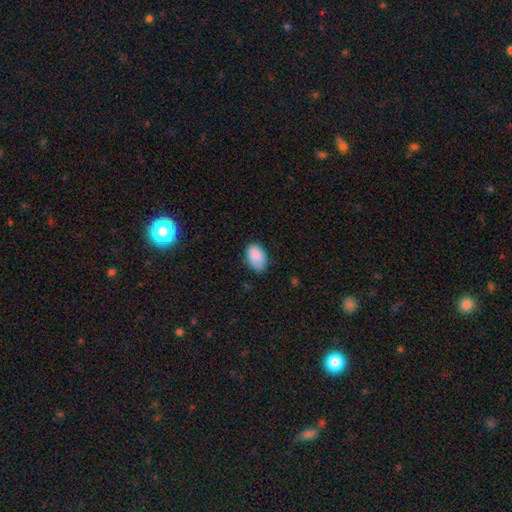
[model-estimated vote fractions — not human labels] The model was most divided on "merging": none: 67%, minor disturbance: 27%, major disturbance: 5%, merger: 2%. More confident: how rounded — in between (91%); smooth or featured — smooth (88%).